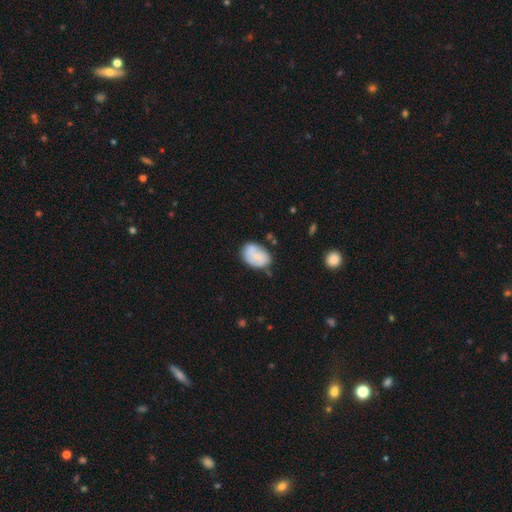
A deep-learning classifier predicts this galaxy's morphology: Q: Smooth or featured?
A: smooth (63%); runner-up: featured or disk (30%)
Q: How rounded?
A: in between (83%); runner-up: round (16%)
Q: Merging?
A: none (61%); runner-up: minor disturbance (25%)